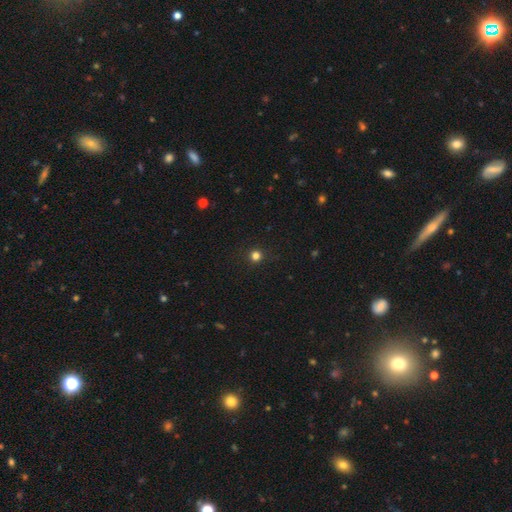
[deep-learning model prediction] This is clearly a smooth galaxy (80%). How rounded: clearly round (95%). Merging: clearly none (92%).